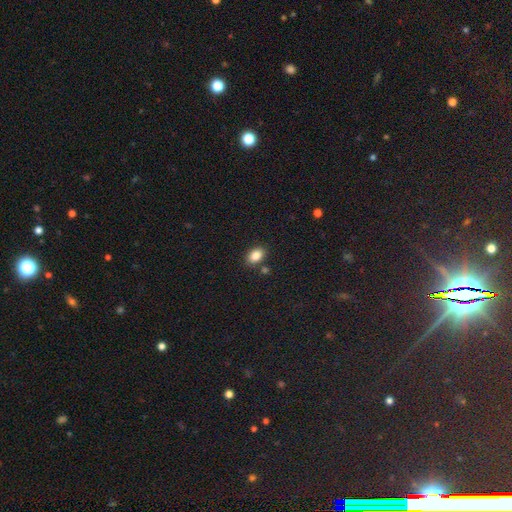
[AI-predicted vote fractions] Morphology: type=smooth (85%); roundness=in between (81%); merging=none (81%).